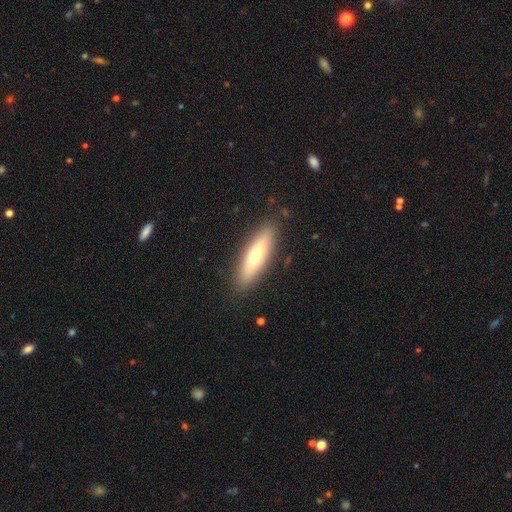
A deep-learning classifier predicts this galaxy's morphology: A smooth galaxy with no disk features (60%) that is cigar-shaped (60%). Merging: none (88%).